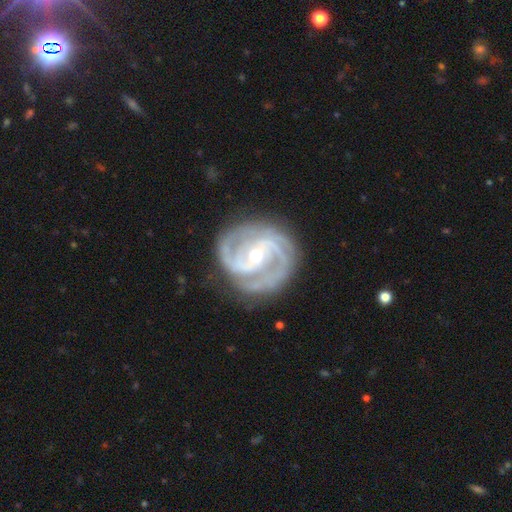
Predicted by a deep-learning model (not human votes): Q: Smooth or featured?
A: featured or disk (93%); runner-up: star or artifact (4%)
Q: Edge-on disk?
A: no (98%); runner-up: yes (2%)
Q: Bar?
A: weak (41%); runner-up: no (32%)
Q: Spiral arms?
A: yes (98%); runner-up: no (2%)
Q: Spiral winding?
A: tight (54%); runner-up: medium (40%)
Q: Spiral arm count?
A: 2 (46%); runner-up: 3 (31%)
Q: Bulge size?
A: moderate (54%); runner-up: small (42%)
Q: Merging?
A: none (78%); runner-up: minor disturbance (15%)